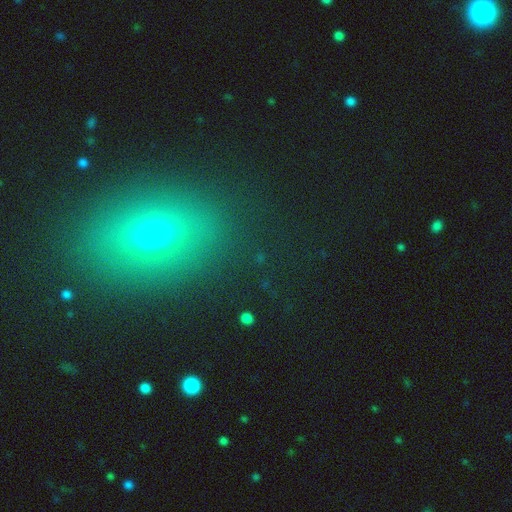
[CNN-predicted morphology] This is possibly a smooth galaxy (56%). How rounded: likely in between (65%). Merging: clearly none (85%).